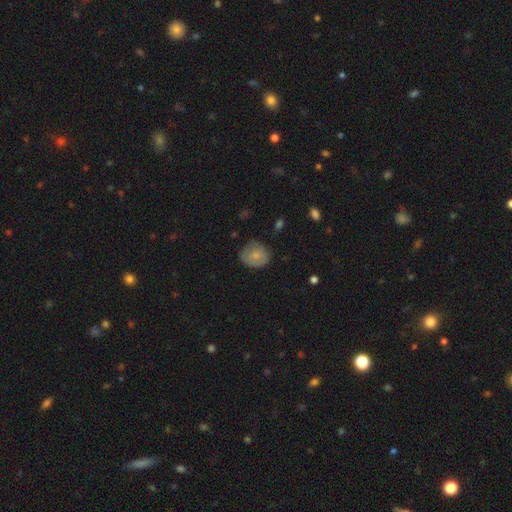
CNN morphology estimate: Overall: smooth (68%). How rounded: round (74%). Merging: none (66%).